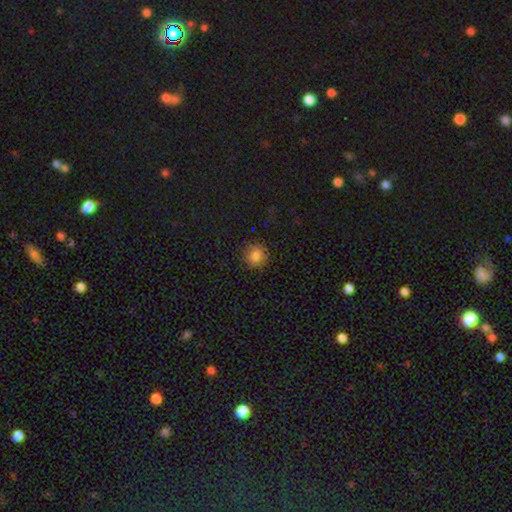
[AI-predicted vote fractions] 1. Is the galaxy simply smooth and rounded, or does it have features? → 82% smooth, 11% star or artifact, 6% featured or disk.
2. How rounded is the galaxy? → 91% round, 8% in between, 1% cigar-shaped.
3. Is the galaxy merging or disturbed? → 89% none, 8% minor disturbance, 2% major disturbance, 1% merger.